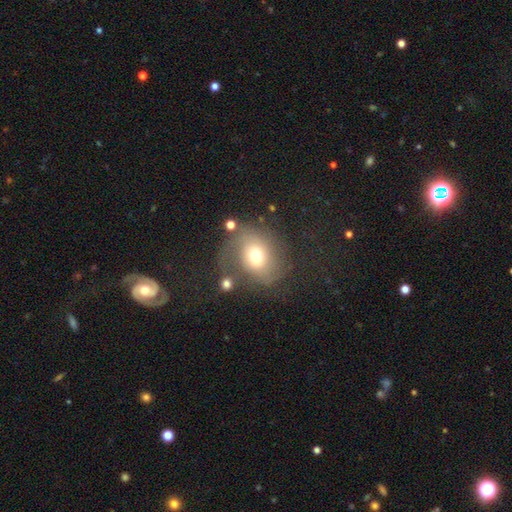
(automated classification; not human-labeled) Smooth or featured?
  - smooth: 55% *
  - featured or disk: 33%
  - star or artifact: 12%
How rounded?
  - round: 58% *
  - in between: 41%
  - cigar-shaped: 1%
Merging?
  - none: 53% *
  - minor disturbance: 20%
  - major disturbance: 19%
  - merger: 7%